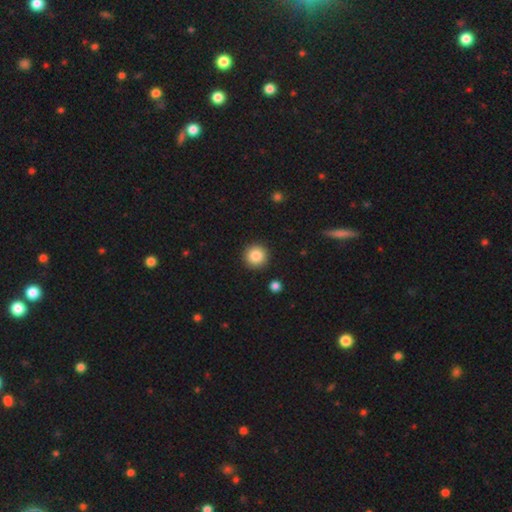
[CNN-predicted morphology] This is clearly a smooth galaxy (86%). How rounded: clearly round (95%). Merging: clearly none (92%).